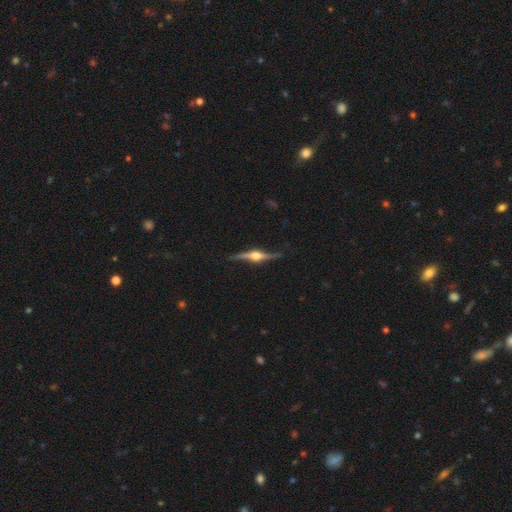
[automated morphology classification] This appears to be a featured or disk galaxy (86%) viewed edge-on (95%) with a rounded central bulge (94%). Merging: none (80%).